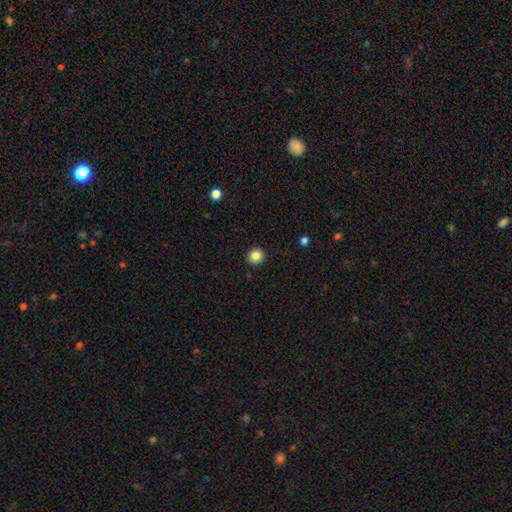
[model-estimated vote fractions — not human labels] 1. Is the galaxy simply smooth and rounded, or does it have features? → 86% smooth, 10% star or artifact, 4% featured or disk.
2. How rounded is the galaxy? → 92% round, 7% in between, 1% cigar-shaped.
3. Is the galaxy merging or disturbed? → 92% none, 5% minor disturbance, 2% major disturbance, 1% merger.